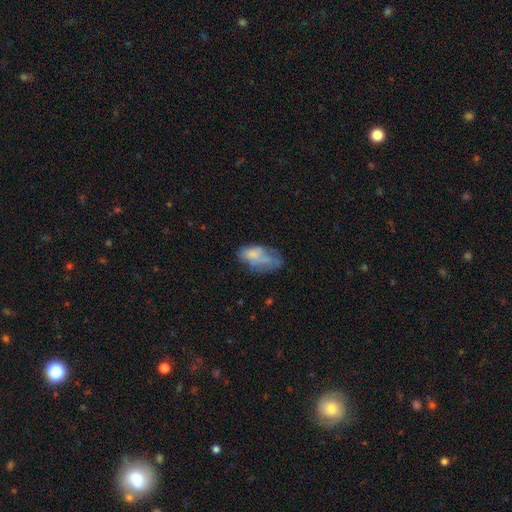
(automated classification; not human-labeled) Smooth or featured?
  - smooth: 63% *
  - featured or disk: 27%
  - star or artifact: 9%
How rounded?
  - in between: 92% *
  - cigar-shaped: 4%
  - round: 4%
Merging?
  - none: 39% *
  - minor disturbance: 32%
  - major disturbance: 23%
  - merger: 7%